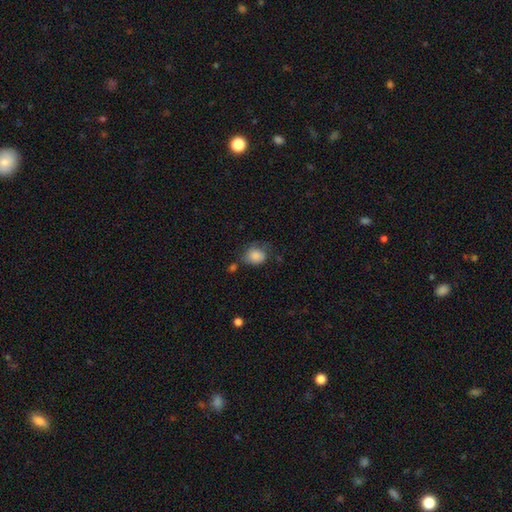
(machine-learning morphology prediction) smooth_or_featured: smooth (p=0.85) [alt: star or artifact p=0.08]
how_rounded: round (p=0.51) [alt: in between p=0.48]
merging: none (p=0.45) [alt: minor disturbance p=0.34]